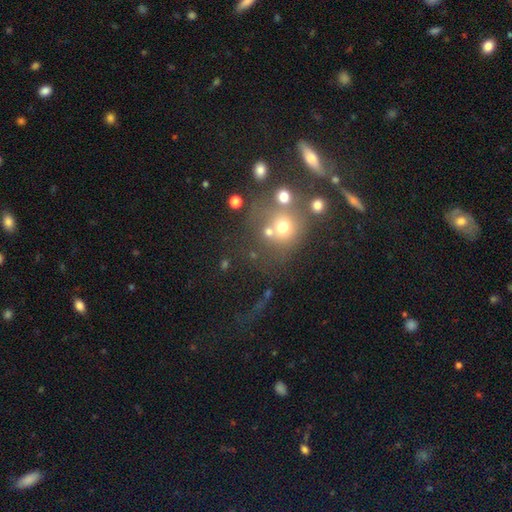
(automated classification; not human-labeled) A smooth galaxy with no disk features (43%).

Vote fractions:
- Smooth or featured? smooth: 43% / star or artifact: 37% / featured or disk: 20%
- Merging? none: 43% / merger: 30% / major disturbance: 14% / minor disturbance: 13%